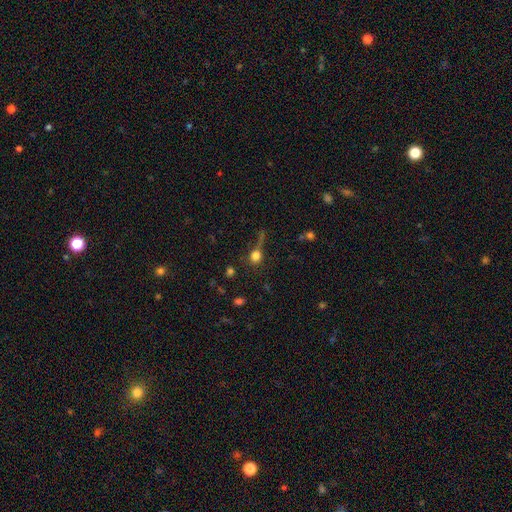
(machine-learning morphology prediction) smooth 75%, star or artifact 16%, featured or disk 9%. Down the decision tree: how rounded — round (79%); merging — none (54%).